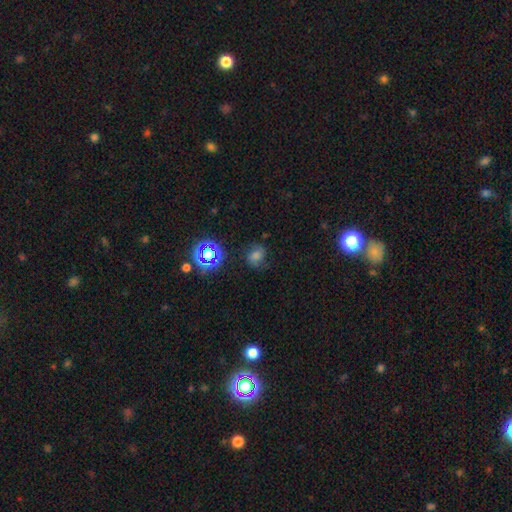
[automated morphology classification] Smooth or featured? smooth (42%)
Merging? none (65%)